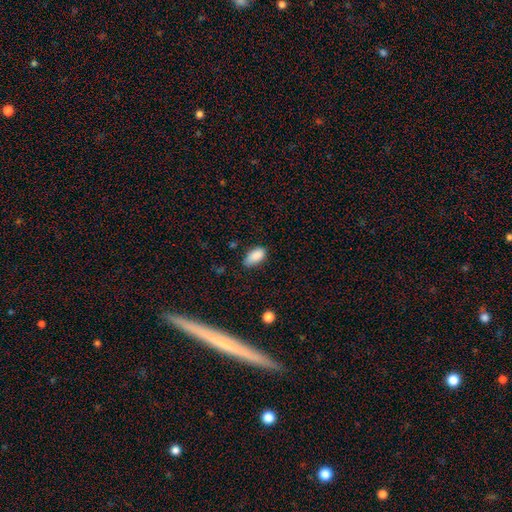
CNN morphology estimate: This is clearly a smooth galaxy (88%). How rounded: clearly in between (93%). Merging: likely none (70%).